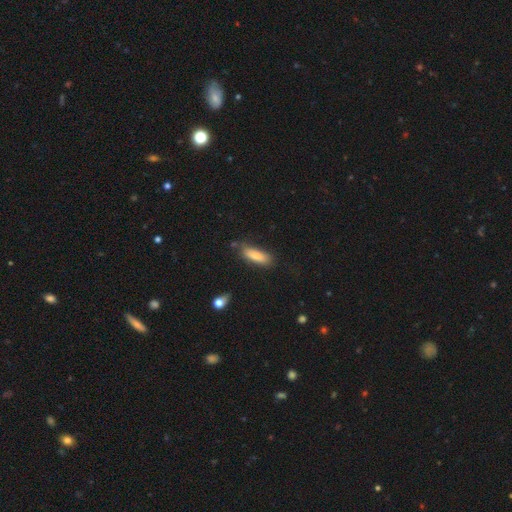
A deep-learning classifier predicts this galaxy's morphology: Smooth or featured? Predicted: smooth (p=0.83). How rounded? Predicted: in between (p=0.57). Merging? Predicted: none (p=0.70).